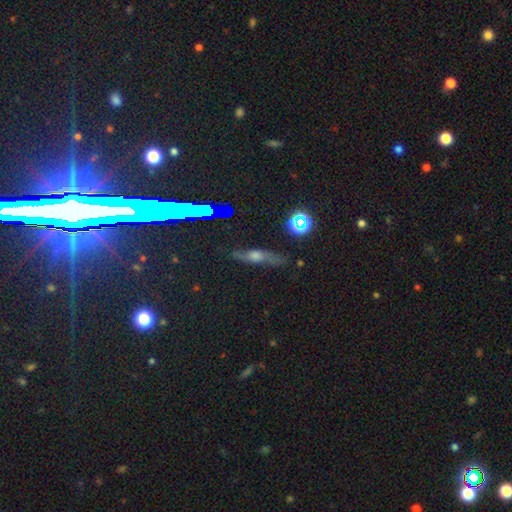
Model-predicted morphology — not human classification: Smooth or featured? Predicted: featured or disk (p=0.46). Merging? Predicted: none (p=0.73).